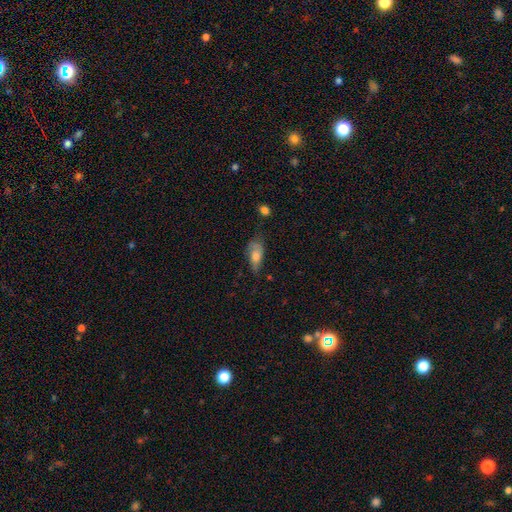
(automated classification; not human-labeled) A smooth galaxy with no disk features (64%) that is in between round and cigar-shaped (80%). Merging: none (48%).